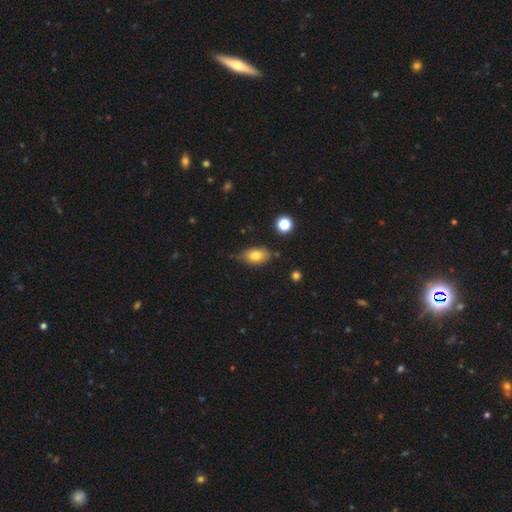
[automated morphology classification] A smooth galaxy with no disk features (79%) that is in between round and cigar-shaped (87%).

Vote fractions:
- Smooth or featured? smooth: 79% / featured or disk: 12% / star or artifact: 9%
- How rounded? in between: 87% / round: 10% / cigar-shaped: 3%
- Merging? none: 71% / minor disturbance: 21% / major disturbance: 4% / merger: 4%